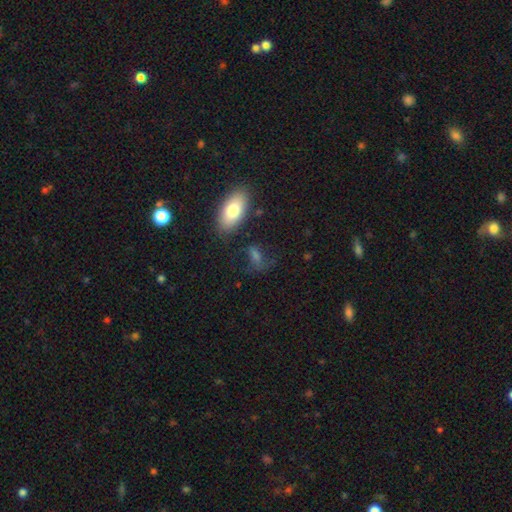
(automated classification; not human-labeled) This is likely a smooth galaxy (64%). How rounded: likely in between (75%). Merging: possibly none (59%).